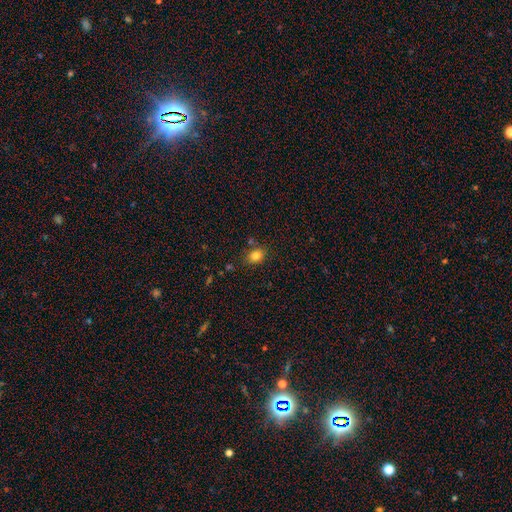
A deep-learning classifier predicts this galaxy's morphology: Q: Smooth or featured?
A: smooth (82%); runner-up: star or artifact (11%)
Q: How rounded?
A: in between (53%); runner-up: round (46%)
Q: Merging?
A: none (76%); runner-up: minor disturbance (14%)